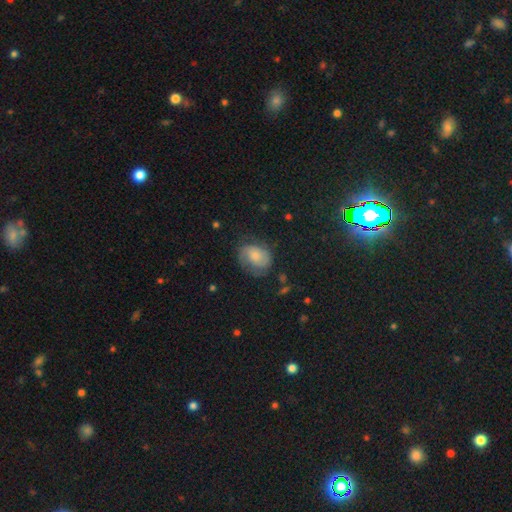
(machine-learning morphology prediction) The model was most divided on "how rounded": in between: 54%, round: 45%, cigar-shaped: 1%. More confident: merging — none (56%); smooth or featured — smooth (53%).